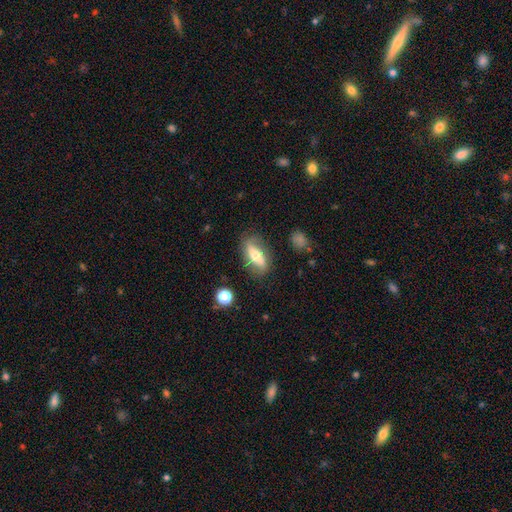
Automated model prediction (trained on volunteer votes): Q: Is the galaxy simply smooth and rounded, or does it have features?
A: featured or disk — 49%.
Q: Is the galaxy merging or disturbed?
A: none — 76%.